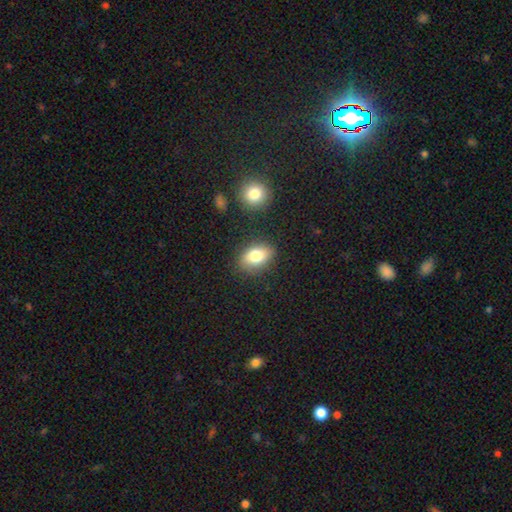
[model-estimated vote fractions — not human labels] A smooth galaxy with no disk features (79%) that is in between round and cigar-shaped (81%). Merging: none (82%).